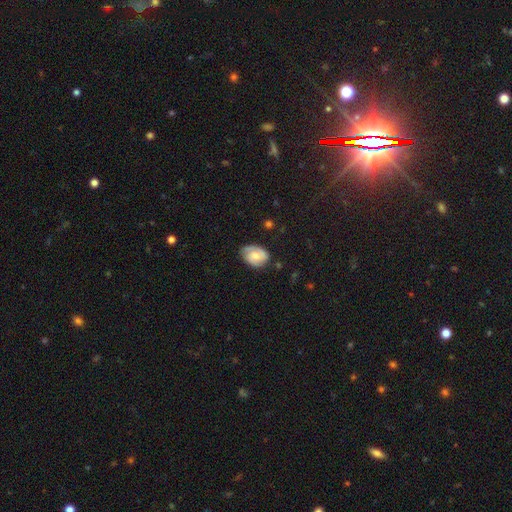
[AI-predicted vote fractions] Smooth or featured? Predicted: featured or disk (p=0.52). Edge-on disk? Predicted: no (p=0.97). Bar? Predicted: no (p=0.63). Spiral arms? Predicted: yes (p=0.87). Bulge size? Predicted: moderate (p=0.48). Merging? Predicted: none (p=0.65).